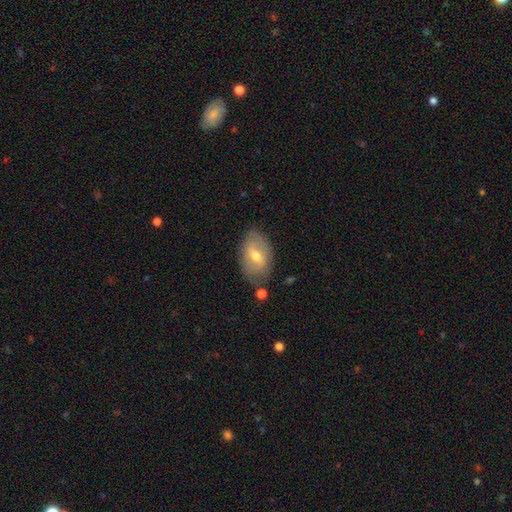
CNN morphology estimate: type=featured or disk (51%); edge-on=no (92%); merging=none (76%).